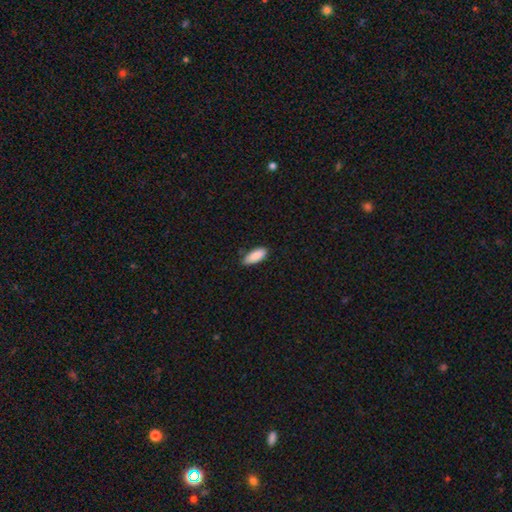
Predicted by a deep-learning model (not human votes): Smooth or featured?
  - smooth: 89% *
  - star or artifact: 6%
  - featured or disk: 5%
How rounded?
  - in between: 78% *
  - cigar-shaped: 20%
  - round: 2%
Merging?
  - none: 76% *
  - minor disturbance: 19%
  - major disturbance: 3%
  - merger: 2%